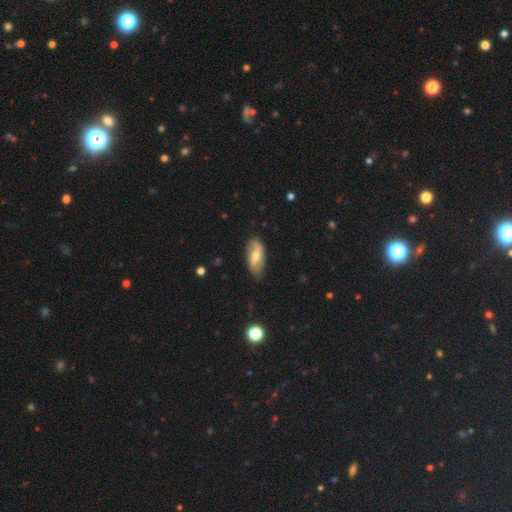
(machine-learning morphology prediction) Overall: smooth (54%; featured or disk 40%). How rounded: in between (86%). Merging: none (75%).